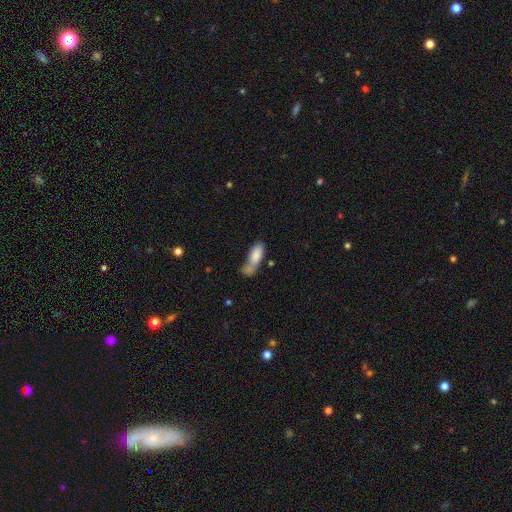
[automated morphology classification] Smooth or featured? smooth (81%)
How rounded? in between (72%)
Merging? merger (41%)